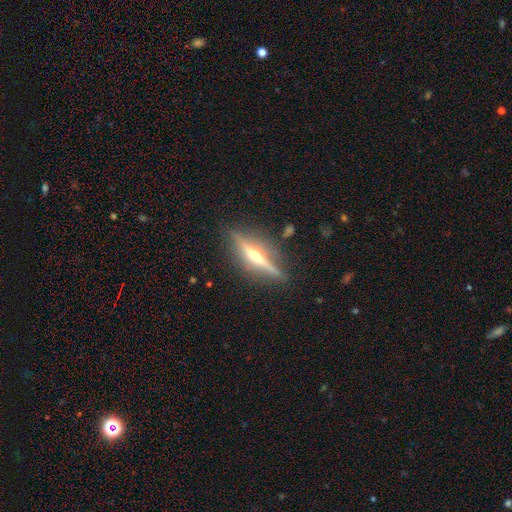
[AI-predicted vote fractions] Q: Smooth or featured?
A: featured or disk (79%); runner-up: smooth (15%)
Q: Edge-on disk?
A: yes (96%); runner-up: no (4%)
Q: Edge-on bulge?
A: rounded (92%); runner-up: none (4%)
Q: Merging?
A: none (85%); runner-up: minor disturbance (10%)